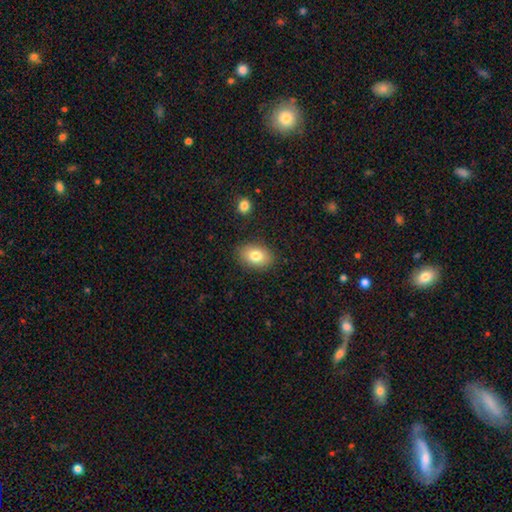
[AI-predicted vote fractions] smooth-or-featured: smooth: 81% | featured or disk: 11% | star or artifact: 8%
  how-rounded: in between: 81% | round: 18% | cigar-shaped: 1%
  merging: none: 86% | minor disturbance: 9% | major disturbance: 2% | merger: 2%